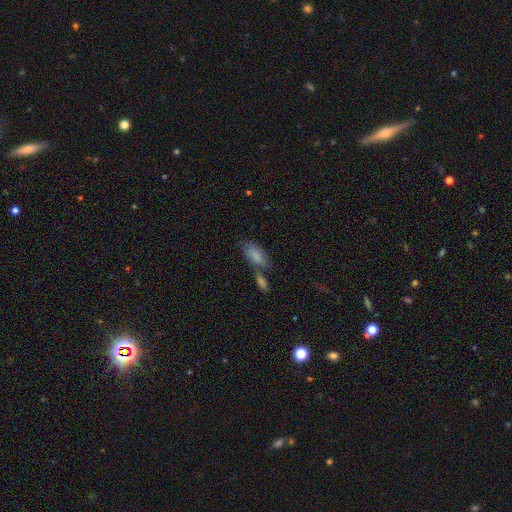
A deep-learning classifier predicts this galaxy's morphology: Q: Smooth or featured?
A: smooth (78%); runner-up: featured or disk (14%)
Q: How rounded?
A: in between (86%); runner-up: cigar-shaped (11%)
Q: Merging?
A: merger (44%); runner-up: none (35%)